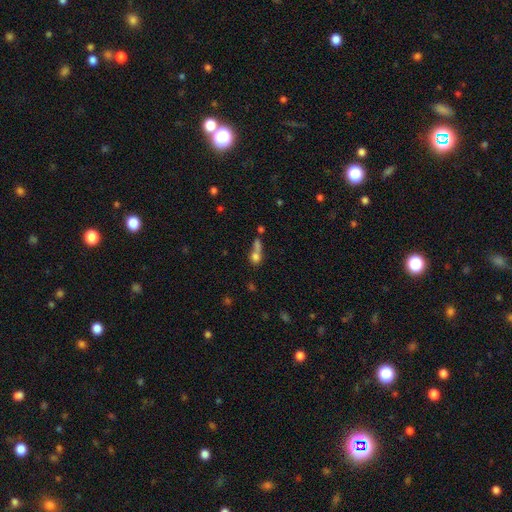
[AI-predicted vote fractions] smooth 70%, featured or disk 16%, star or artifact 14%. Down the decision tree: how rounded — round (53%); merging — merger (52%).